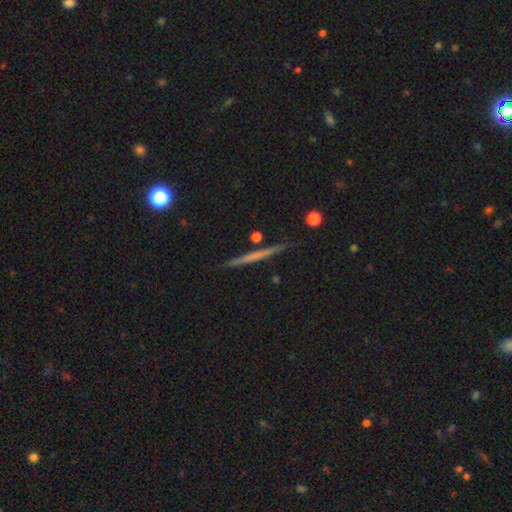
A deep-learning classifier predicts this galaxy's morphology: type=featured or disk (47%); merging=none (89%).